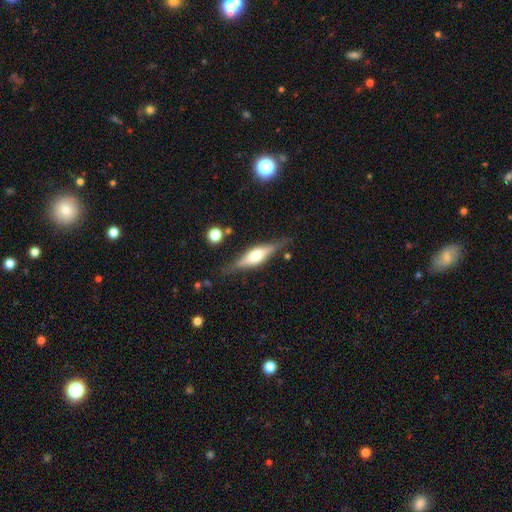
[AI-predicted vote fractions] smooth_or_featured: featured or disk (p=0.66) [alt: smooth p=0.28]
disk_edge_on: yes (p=0.95) [alt: no p=0.05]
edge_on_bulge: rounded (p=0.80) [alt: boxy p=0.17]
merging: none (p=0.79) [alt: minor disturbance p=0.14]